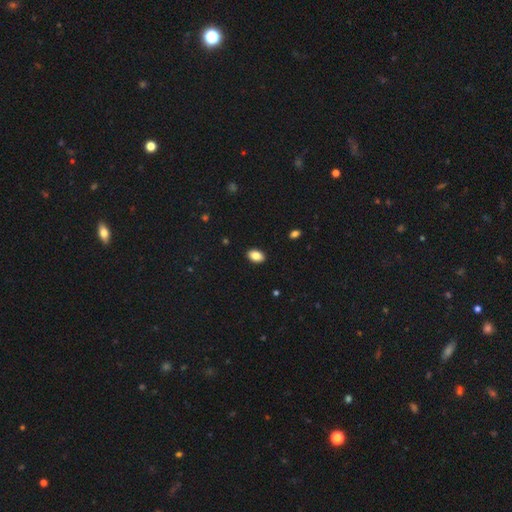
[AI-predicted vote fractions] A smooth galaxy with no disk features (85%) that is in between round and cigar-shaped (88%).

Vote fractions:
- Smooth or featured? smooth: 85% / star or artifact: 8% / featured or disk: 6%
- How rounded? in between: 88% / round: 10% / cigar-shaped: 1%
- Merging? none: 90% / minor disturbance: 7% / major disturbance: 2% / merger: 1%